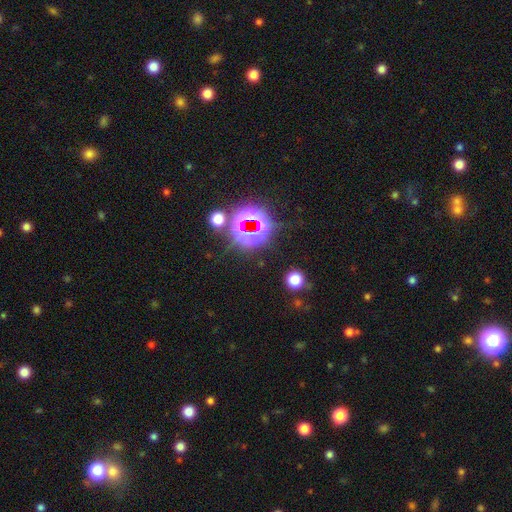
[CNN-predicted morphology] smooth_or_featured: star or artifact (p=0.82) [alt: smooth p=0.11]